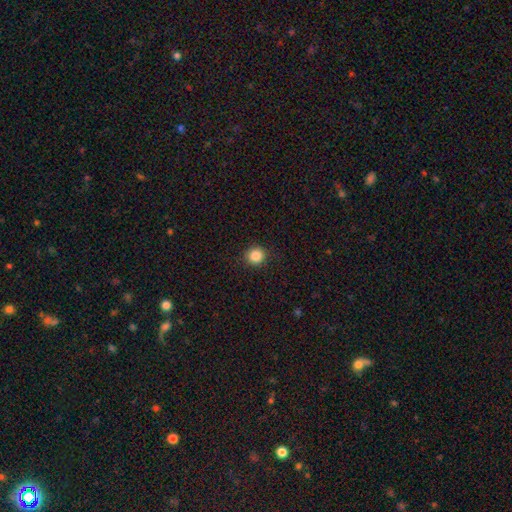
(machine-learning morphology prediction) The model was most divided on "smooth or featured": smooth: 85%, star or artifact: 11%, featured or disk: 4%. More confident: how rounded — round (92%); merging — none (91%).